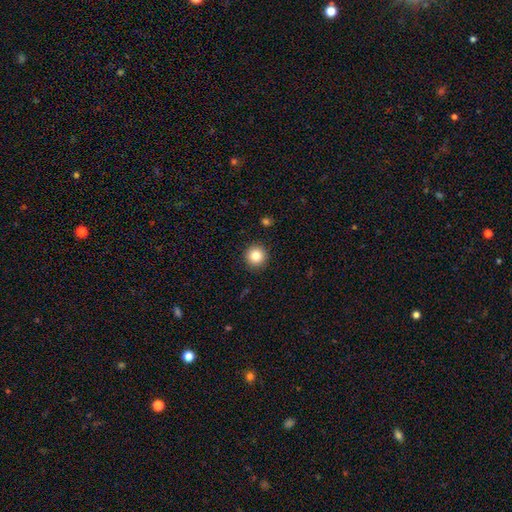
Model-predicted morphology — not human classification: A smooth galaxy with no disk features (84%) that is round (95%). Merging: none (91%).